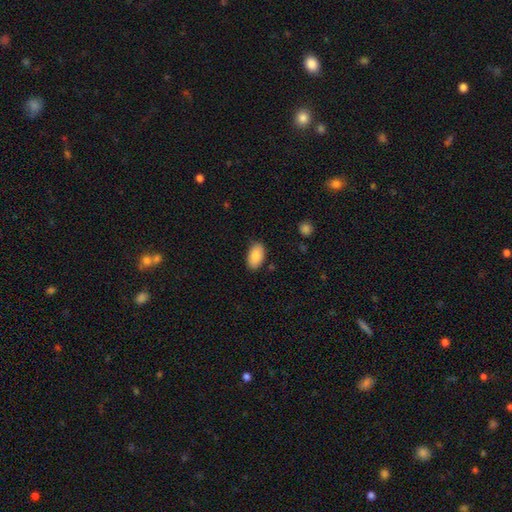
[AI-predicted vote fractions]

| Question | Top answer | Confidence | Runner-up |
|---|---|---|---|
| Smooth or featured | smooth | 87% | featured or disk (7%) |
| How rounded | in between | 94% | round (4%) |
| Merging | none | 84% | minor disturbance (12%) |